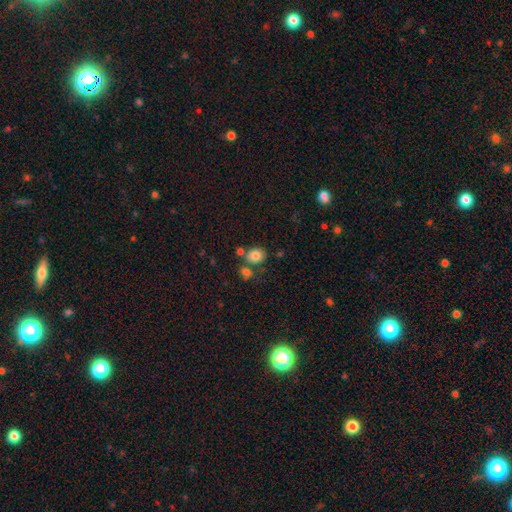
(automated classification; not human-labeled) Overall: smooth (81%). How rounded: in between (51%; round 48%). Merging: none (64%).